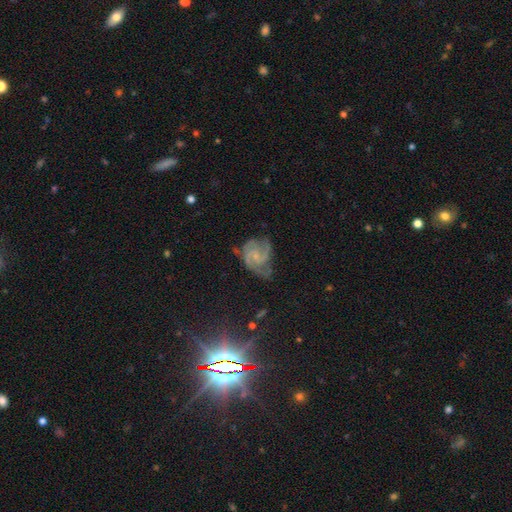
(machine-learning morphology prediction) Smooth or featured?
  - featured or disk: 82% *
  - smooth: 10%
  - star or artifact: 7%
Edge-on disk?
  - no: 98% *
  - yes: 2%
Bar?
  - no: 58% *
  - weak: 36%
  - strong: 6%
Spiral arms?
  - yes: 96% *
  - no: 4%
Spiral winding?
  - medium: 50% *
  - tight: 36%
  - loose: 14%
Spiral arm count?
  - 2: 53% *
  - 3: 25%
  - can't tell: 11%
  - 1: 4%
  - 4: 4%
  - more than 4: 3%
Bulge size?
  - small: 69% *
  - moderate: 15%
  - none: 14%
  - large: 1%
  - dominant: 1%
Merging?
  - none: 52% *
  - minor disturbance: 28%
  - major disturbance: 18%
  - merger: 3%